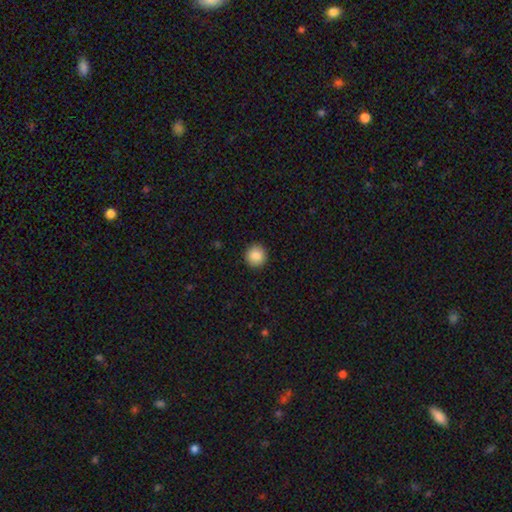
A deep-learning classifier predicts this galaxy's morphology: Smooth or featured? smooth (88%)
How rounded? round (94%)
Merging? none (92%)